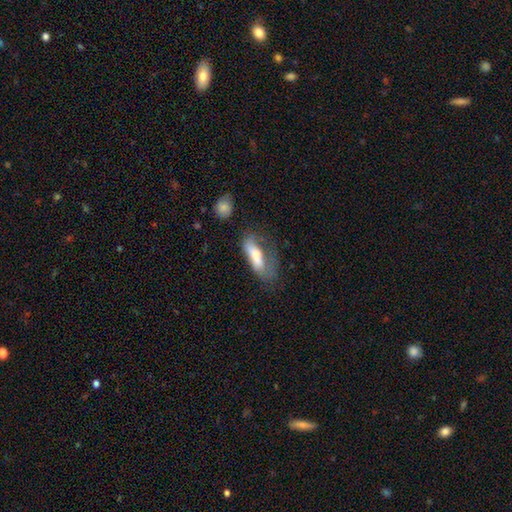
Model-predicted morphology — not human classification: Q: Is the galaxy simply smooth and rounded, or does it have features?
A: smooth — 70%.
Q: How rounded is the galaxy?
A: in between — 63%.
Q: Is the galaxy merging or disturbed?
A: major disturbance — 42%.